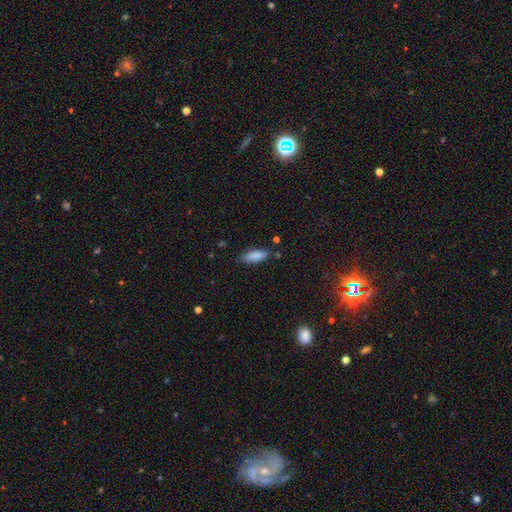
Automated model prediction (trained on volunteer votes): Overall: smooth (85%). How rounded: in between (64%; cigar-shaped 35%). Merging: none (78%).